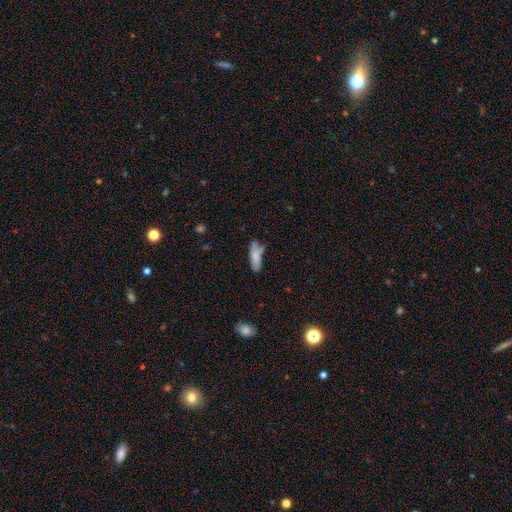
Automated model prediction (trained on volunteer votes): This is likely a smooth galaxy (76%). How rounded: possibly in between (52%). Merging: possibly none (54%).